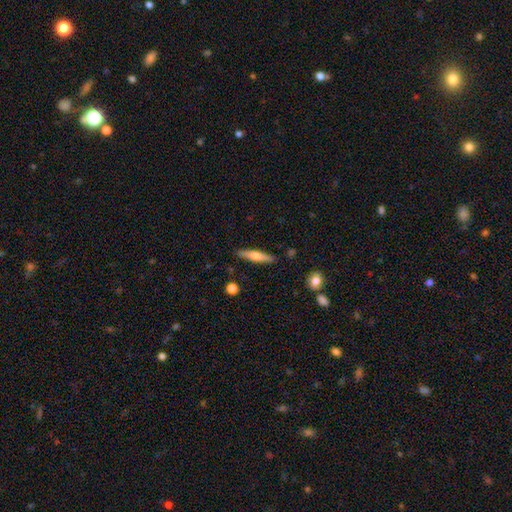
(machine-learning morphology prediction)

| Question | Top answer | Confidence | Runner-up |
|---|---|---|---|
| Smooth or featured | smooth | 58% | featured or disk (36%) |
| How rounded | cigar-shaped | 85% | in between (13%) |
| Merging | none | 87% | minor disturbance (9%) |